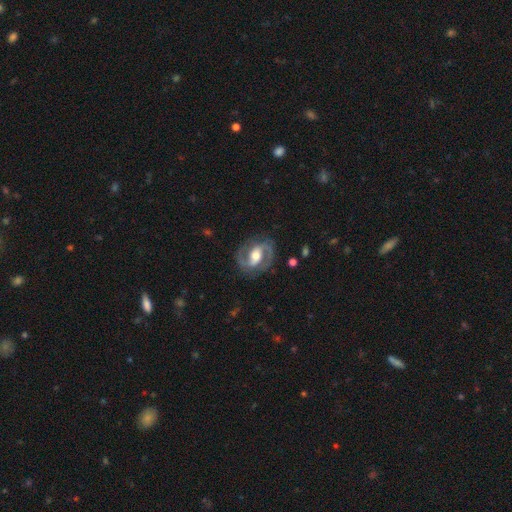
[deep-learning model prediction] A featured or disk galaxy (88%) with a strong bar (39%), 2 (92%) medium (59%) spiral arms (95%) and a moderate central bulge (68%).

Vote fractions:
- Smooth or featured? featured or disk: 88% / smooth: 8% / star or artifact: 4%
- Edge-on disk? no: 97% / yes: 3%
- Bar? strong: 39% / weak: 38% / no: 22%
- Spiral arms? yes: 95% / no: 5%
- Spiral winding? medium: 59% / tight: 23% / loose: 17%
- Spiral arm count? 2: 92% / can't tell: 2% / 1: 2% / 3: 1% / 4: 1% / more than 4: 1%
- Bulge size? moderate: 68% / large: 17% / small: 12% / dominant: 1% / none: 1%
- Merging? none: 82% / minor disturbance: 12% / major disturbance: 5% / merger: 1%